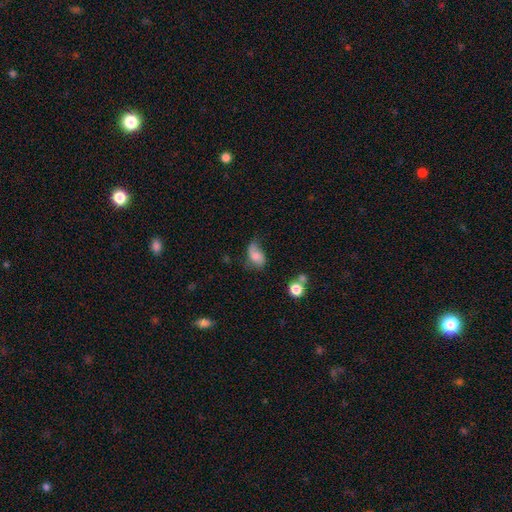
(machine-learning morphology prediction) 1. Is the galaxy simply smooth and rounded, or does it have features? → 66% smooth, 24% featured or disk, 10% star or artifact.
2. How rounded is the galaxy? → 84% in between, 14% round, 2% cigar-shaped.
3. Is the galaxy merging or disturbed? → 33% minor disturbance, 31% major disturbance, 29% none, 7% merger.